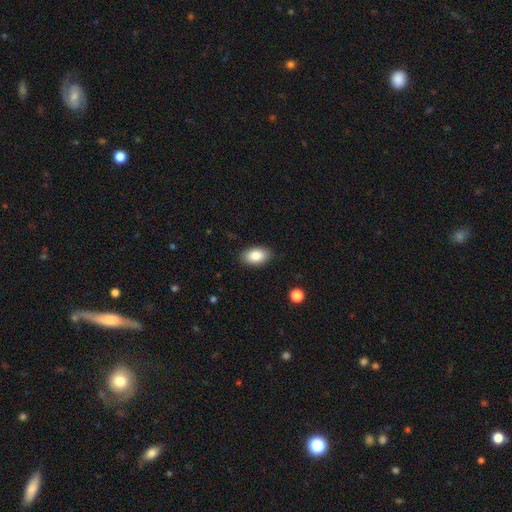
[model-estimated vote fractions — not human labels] smooth-or-featured: smooth: 86% | featured or disk: 7% | star or artifact: 7%
  how-rounded: in between: 92% | round: 6% | cigar-shaped: 1%
  merging: none: 87% | minor disturbance: 10% | major disturbance: 2% | merger: 1%